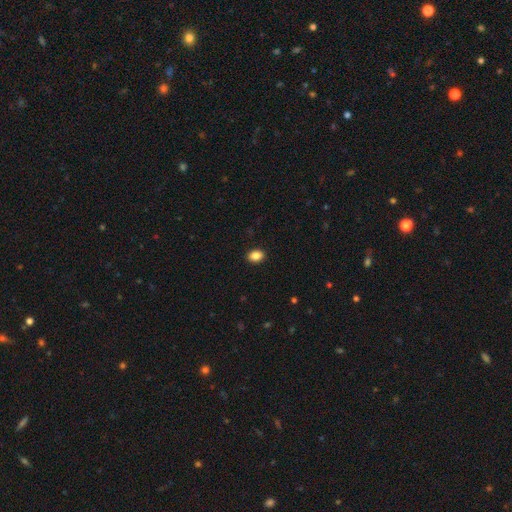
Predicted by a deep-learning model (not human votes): smooth_or_featured: smooth (p=0.88) [alt: star or artifact p=0.08]
how_rounded: in between (p=0.76) [alt: round p=0.23]
merging: none (p=0.91) [alt: minor disturbance p=0.07]